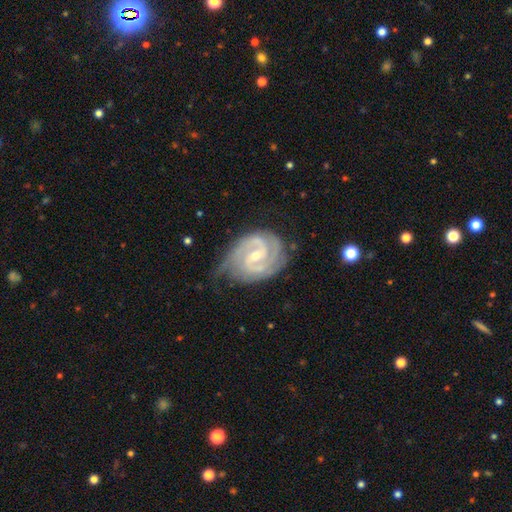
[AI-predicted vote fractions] Morphology: type=featured or disk (92%); edge-on=no (98%); bar=weak (52%); spiral arms=yes (98%); winding=tight (61%); arm count=2 (66%); bulge=small (59%); merging=none (65%).